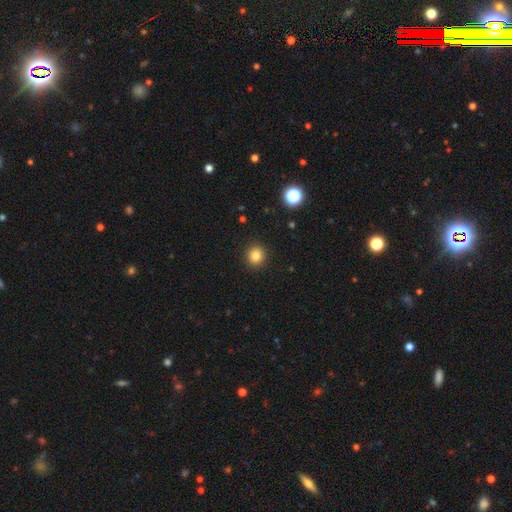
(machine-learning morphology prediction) Q: Smooth or featured?
A: smooth (83%); runner-up: star or artifact (12%)
Q: How rounded?
A: round (86%); runner-up: in between (13%)
Q: Merging?
A: none (92%); runner-up: minor disturbance (5%)